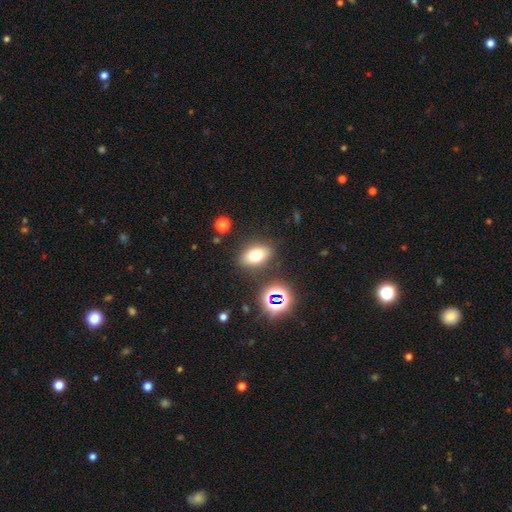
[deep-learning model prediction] Morphology: type=smooth (70%); roundness=in between (82%); merging=none (83%).